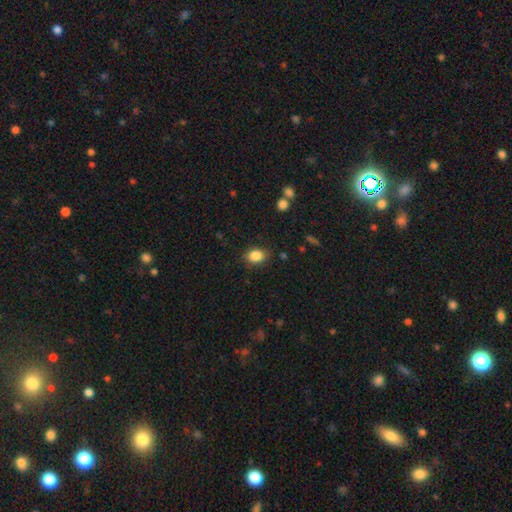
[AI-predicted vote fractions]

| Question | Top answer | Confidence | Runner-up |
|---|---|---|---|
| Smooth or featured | smooth | 86% | star or artifact (9%) |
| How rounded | in between | 59% | round (40%) |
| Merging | none | 81% | minor disturbance (14%) |